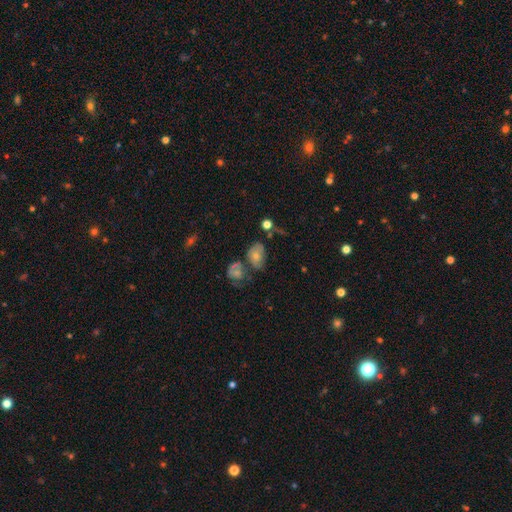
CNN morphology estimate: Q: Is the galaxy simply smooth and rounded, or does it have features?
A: smooth — 40%.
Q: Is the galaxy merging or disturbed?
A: none — 48%.